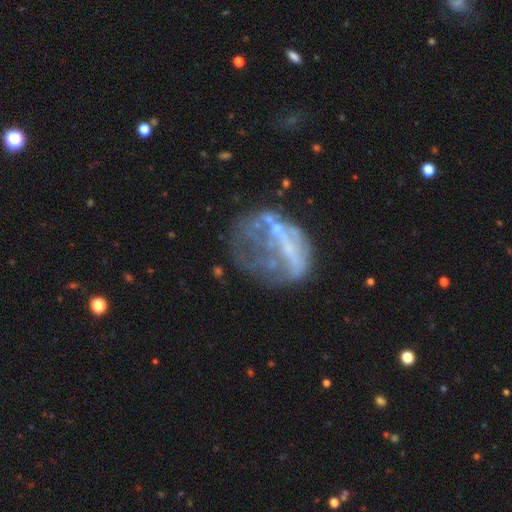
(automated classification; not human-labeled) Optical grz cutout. It shows a featured or disk galaxy (54%) with no bar (61%), no spiral arms (78%) and no central bulge (58%). Merging: none (38%).